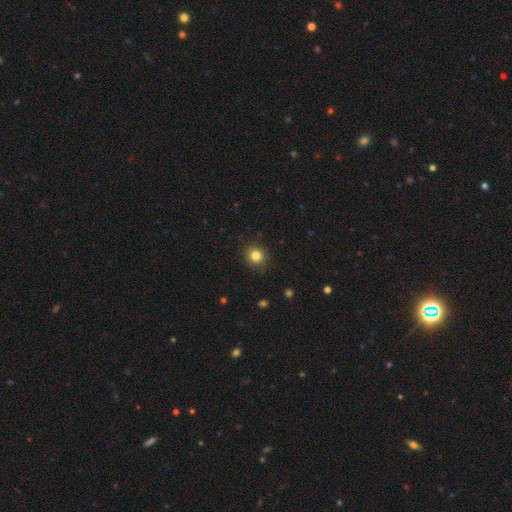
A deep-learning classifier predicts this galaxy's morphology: smooth-or-featured: smooth: 82% | star or artifact: 12% | featured or disk: 6%
  how-rounded: round: 81% | in between: 18% | cigar-shaped: 1%
  merging: none: 89% | minor disturbance: 8% | major disturbance: 2% | merger: 1%